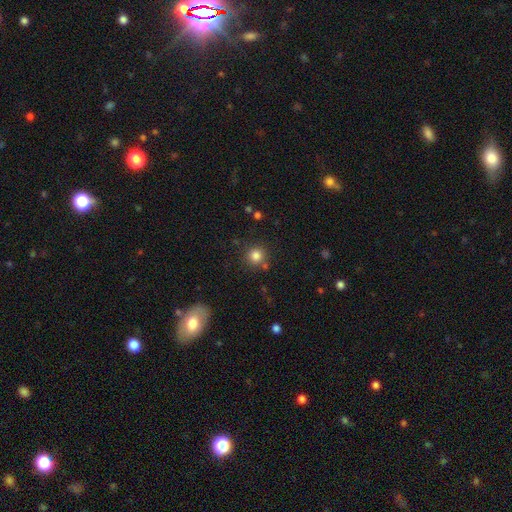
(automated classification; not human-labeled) A smooth galaxy with no disk features (82%) that is round (94%).

Vote fractions:
- Smooth or featured? smooth: 82% / star or artifact: 12% / featured or disk: 6%
- How rounded? round: 94% / in between: 5% / cigar-shaped: 1%
- Merging? none: 82% / minor disturbance: 8% / merger: 7% / major disturbance: 3%